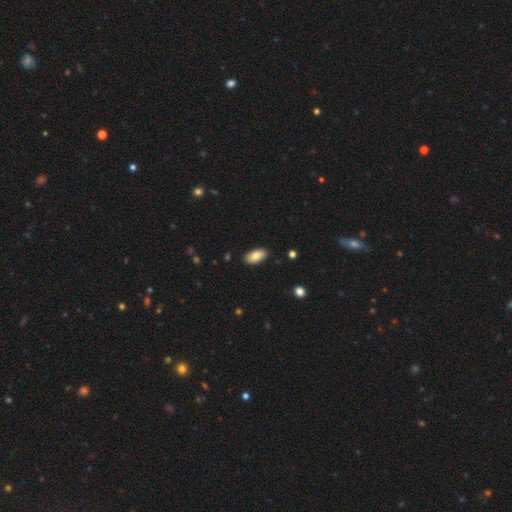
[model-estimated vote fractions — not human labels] smooth-or-featured: smooth: 80% | featured or disk: 13% | star or artifact: 7%
  how-rounded: in between: 93% | cigar-shaped: 4% | round: 3%
  merging: none: 89% | minor disturbance: 8% | major disturbance: 2% | merger: 1%